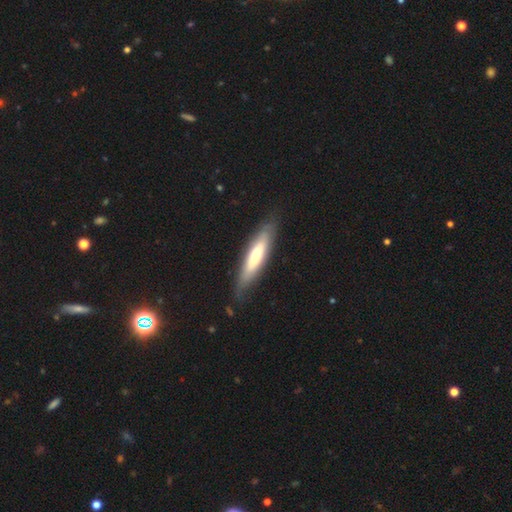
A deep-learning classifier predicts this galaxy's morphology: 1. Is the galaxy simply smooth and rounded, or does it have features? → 56% smooth, 39% featured or disk, 5% star or artifact.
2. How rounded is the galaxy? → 73% cigar-shaped, 26% in between, 1% round.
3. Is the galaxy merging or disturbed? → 78% none, 16% minor disturbance, 5% major disturbance, 1% merger.